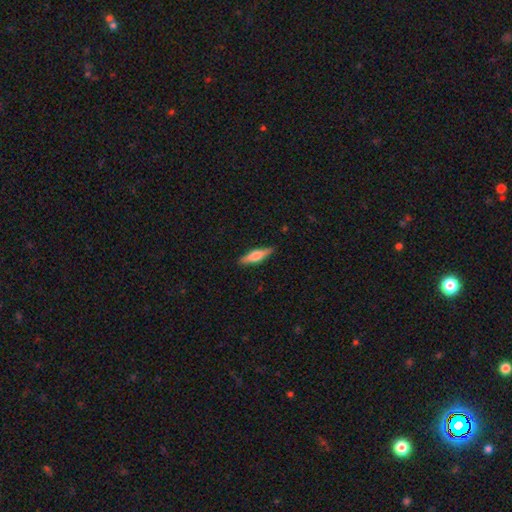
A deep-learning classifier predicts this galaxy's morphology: Overall: featured or disk (48%; smooth 46%). Merging: none (88%).